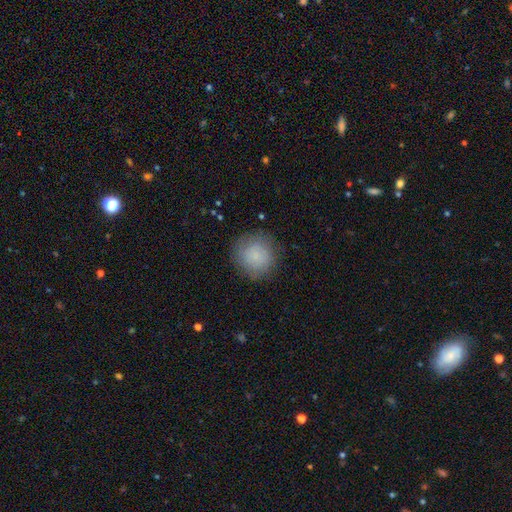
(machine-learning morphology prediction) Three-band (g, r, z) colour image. It shows a smooth galaxy with no disk features (83%) that is round (93%). Merging: none (83%).